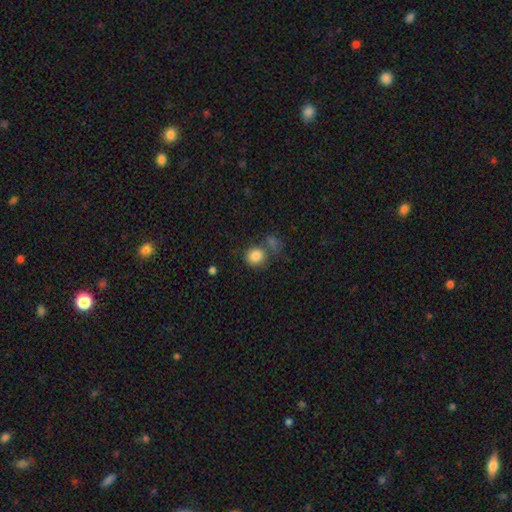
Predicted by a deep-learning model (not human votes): The model was most divided on "merging": none: 63%, merger: 20%, minor disturbance: 12%, major disturbance: 5%. More confident: smooth or featured — smooth (85%); how rounded — round (82%).